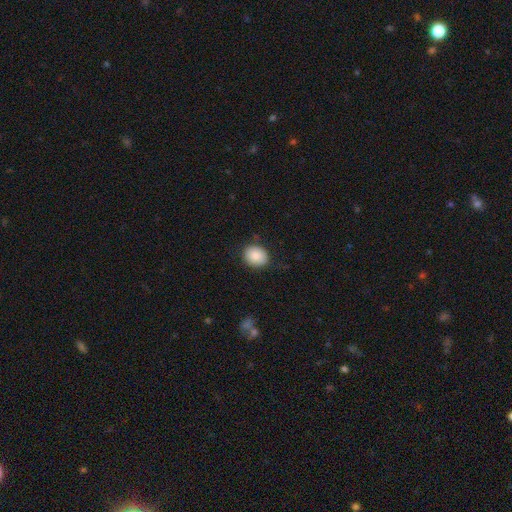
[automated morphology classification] A smooth galaxy with no disk features (87%) that is round (65%). Merging: none (83%).